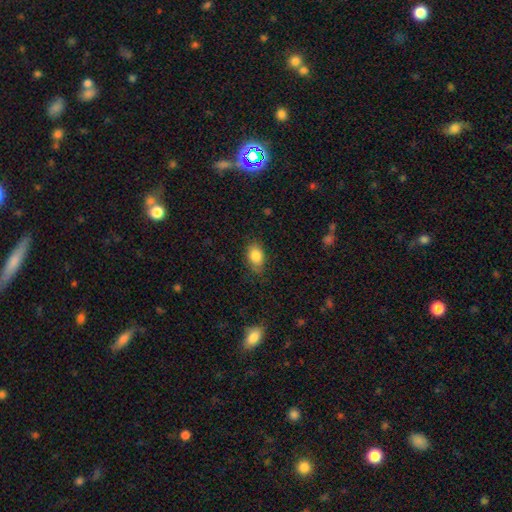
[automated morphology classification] Smooth or featured? Predicted: smooth (p=0.84). How rounded? Predicted: in between (p=0.87). Merging? Predicted: none (p=0.76).